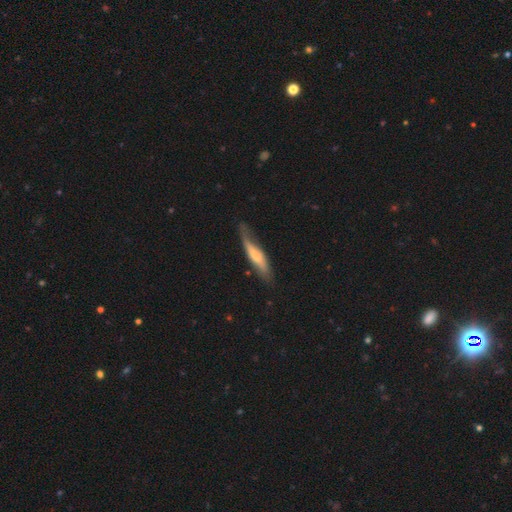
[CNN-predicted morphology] Q: Smooth or featured?
A: smooth (52%); runner-up: featured or disk (43%)
Q: How rounded?
A: cigar-shaped (80%); runner-up: in between (18%)
Q: Merging?
A: none (55%); runner-up: minor disturbance (31%)